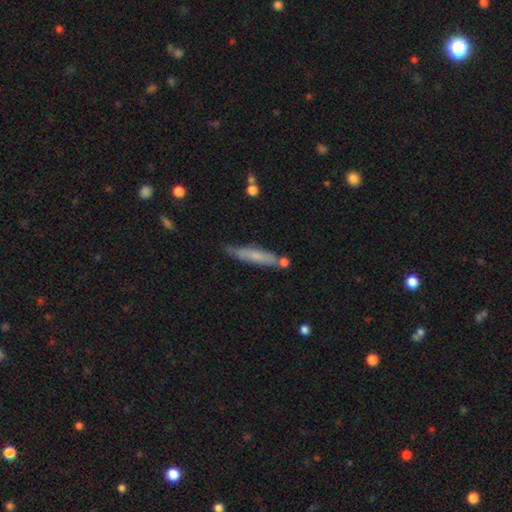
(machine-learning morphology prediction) Smooth or featured?
  - smooth: 59% *
  - featured or disk: 34%
  - star or artifact: 7%
How rounded?
  - cigar-shaped: 87% *
  - in between: 11%
  - round: 2%
Merging?
  - none: 69% *
  - minor disturbance: 20%
  - merger: 8%
  - major disturbance: 4%